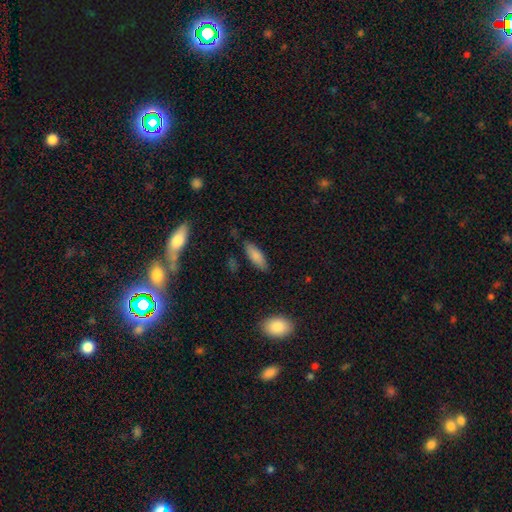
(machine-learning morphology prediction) This is clearly a smooth galaxy (82%). How rounded: likely in between (62%). Merging: clearly none (81%).